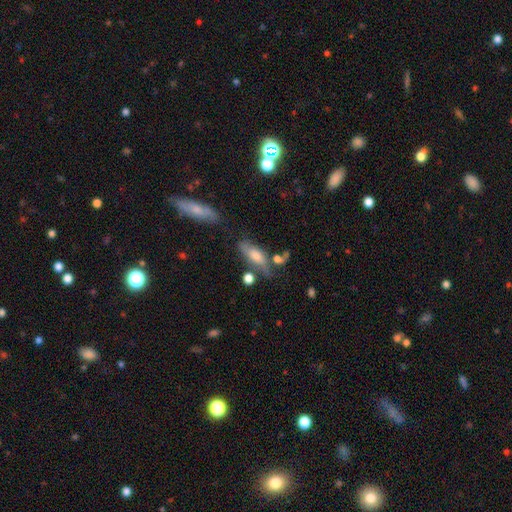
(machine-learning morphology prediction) smooth 52%, featured or disk 37%, star or artifact 11%. Down the decision tree: how rounded — in between (58%); merging — none (52%).